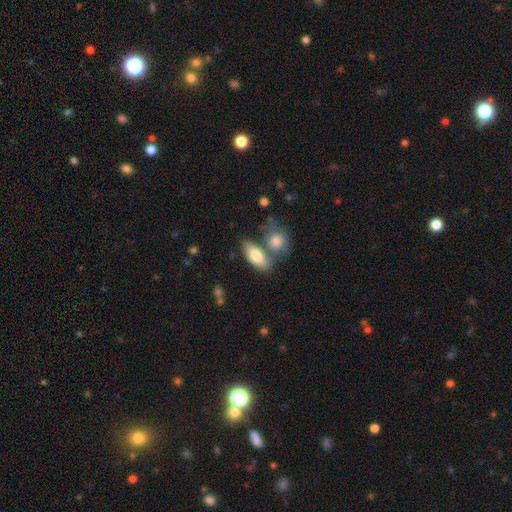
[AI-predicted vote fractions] A smooth galaxy with no disk features (78%) that is in between round and cigar-shaped (81%).

Vote fractions:
- Smooth or featured? smooth: 78% / featured or disk: 16% / star or artifact: 6%
- How rounded? in between: 81% / cigar-shaped: 15% / round: 4%
- Merging? none: 50% / merger: 33% / minor disturbance: 12% / major disturbance: 5%